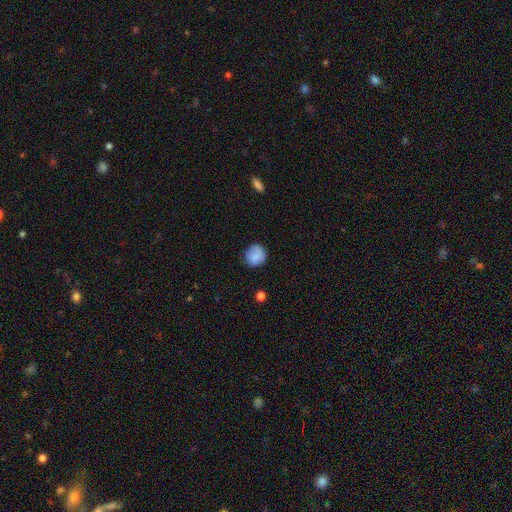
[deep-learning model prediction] smooth 84%, star or artifact 8%, featured or disk 8%. Down the decision tree: how rounded — round (80%); merging — none (78%).